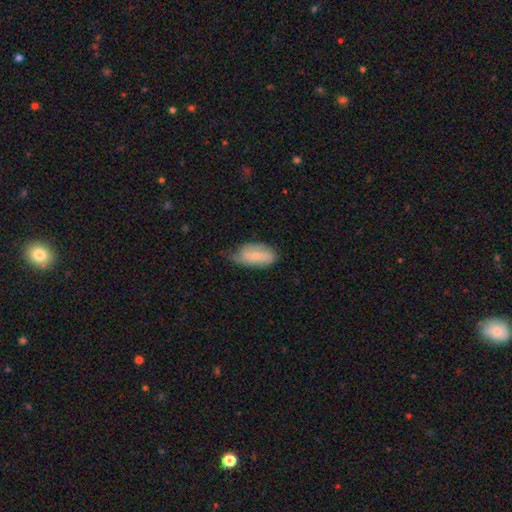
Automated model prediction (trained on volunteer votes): A smooth galaxy with no disk features (63%) that is in between round and cigar-shaped (90%).

Vote fractions:
- Smooth or featured? smooth: 63% / featured or disk: 30% / star or artifact: 6%
- How rounded? in between: 90% / cigar-shaped: 6% / round: 3%
- Merging? none: 47% / minor disturbance: 41% / major disturbance: 10% / merger: 2%